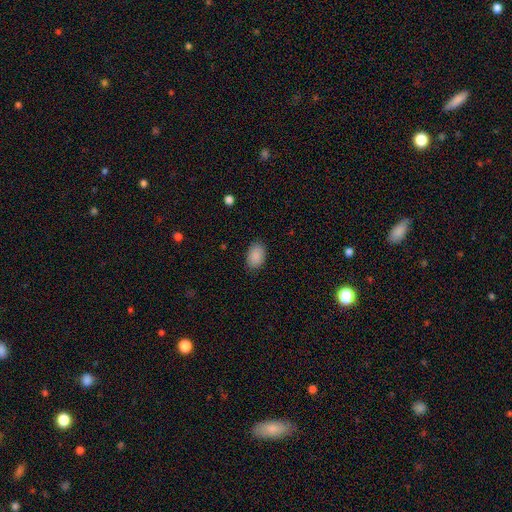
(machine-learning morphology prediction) The model was most divided on "merging": none: 86%, minor disturbance: 10%, major disturbance: 2%, merger: 1%. More confident: smooth or featured — smooth (89%); how rounded — in between (88%).